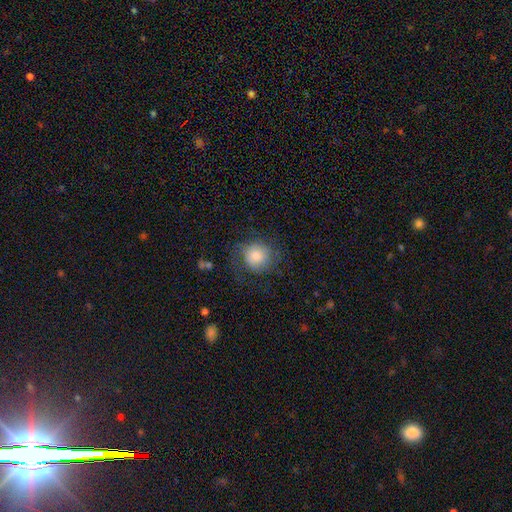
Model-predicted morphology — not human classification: type=smooth (71%); roundness=round (86%); merging=none (63%).